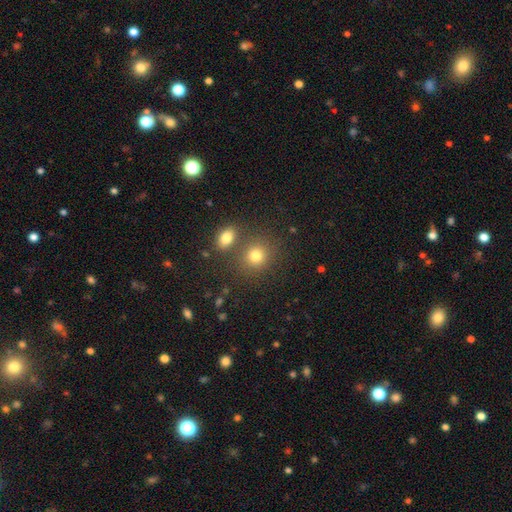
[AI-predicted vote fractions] Overall: smooth (78%). How rounded: round (78%). Merging: none (71%).